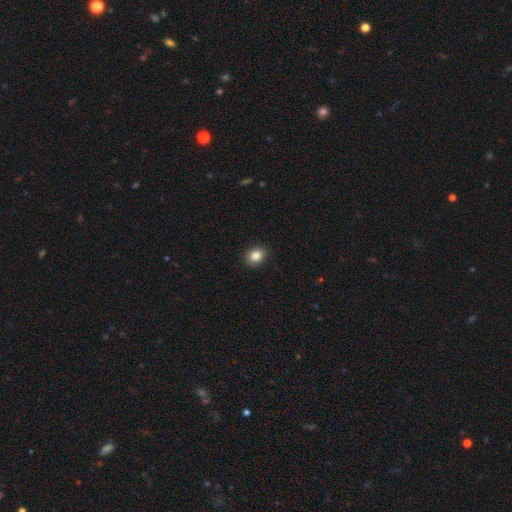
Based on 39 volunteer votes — Q: Smooth or featured?
A: smooth (95%); runner-up: featured or disk (3%)
Q: How rounded?
A: in between (51%); runner-up: round (46%)
Q: Merging?
A: none (87%); runner-up: major disturbance (11%)